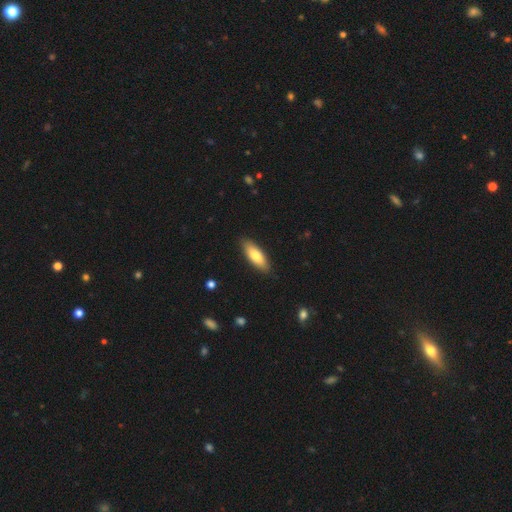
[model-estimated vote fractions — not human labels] This appears to be a smooth galaxy with no disk features (77%) that is in between round and cigar-shaped (63%). Merging: none (88%).